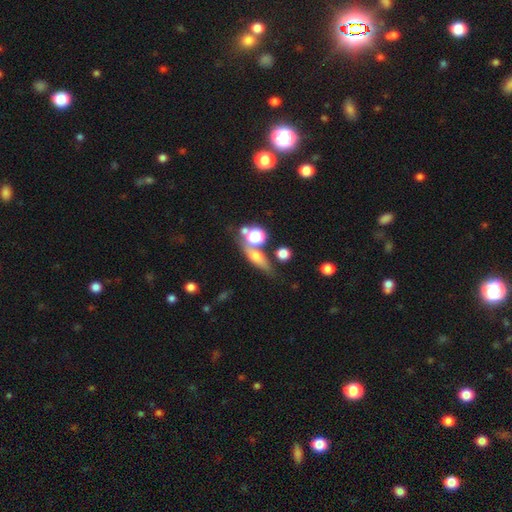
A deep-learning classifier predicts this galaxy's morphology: This is possibly a smooth galaxy (52%). How rounded: marginally cigar-shaped (45%). Merging: likely none (62%).